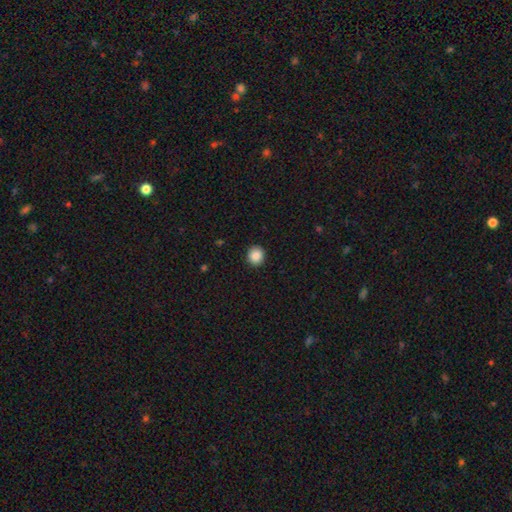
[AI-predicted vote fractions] Smooth or featured? Predicted: smooth (p=0.88). How rounded? Predicted: round (p=0.88). Merging? Predicted: none (p=0.92).